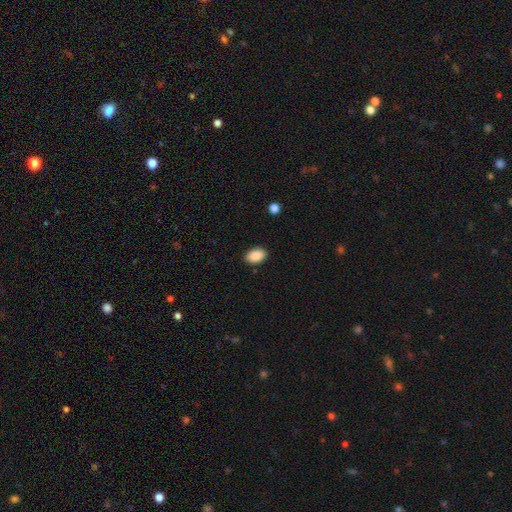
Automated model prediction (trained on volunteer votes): smooth-or-featured: smooth: 90% | star or artifact: 7% | featured or disk: 3%
  how-rounded: in between: 90% | round: 8% | cigar-shaped: 1%
  merging: none: 89% | minor disturbance: 8% | major disturbance: 2% | merger: 1%